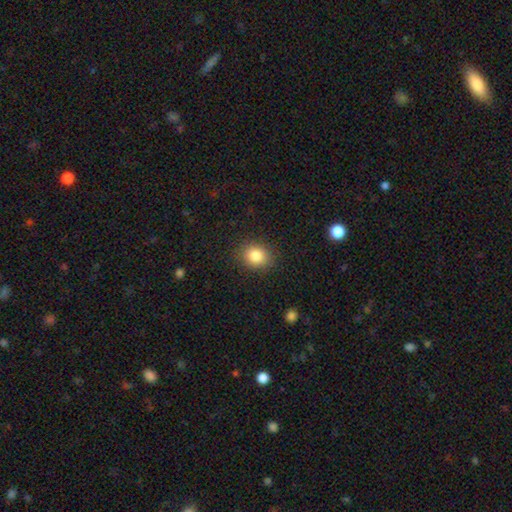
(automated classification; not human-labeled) Smooth or featured? Predicted: smooth (p=0.84). How rounded? Predicted: round (p=0.61). Merging? Predicted: none (p=0.88).